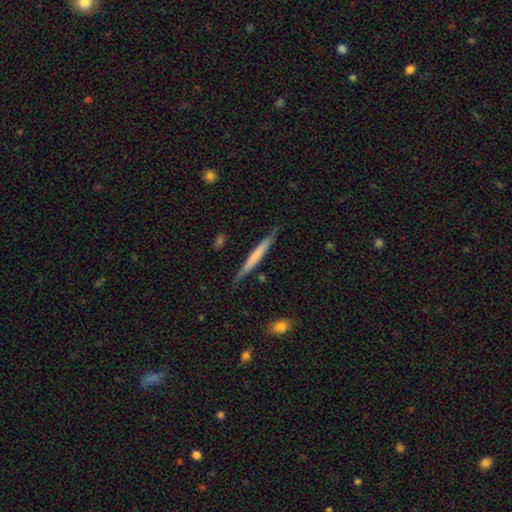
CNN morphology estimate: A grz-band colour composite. It shows a smooth galaxy with no disk features (53%) that is cigar-shaped (96%). Merging: none (83%).